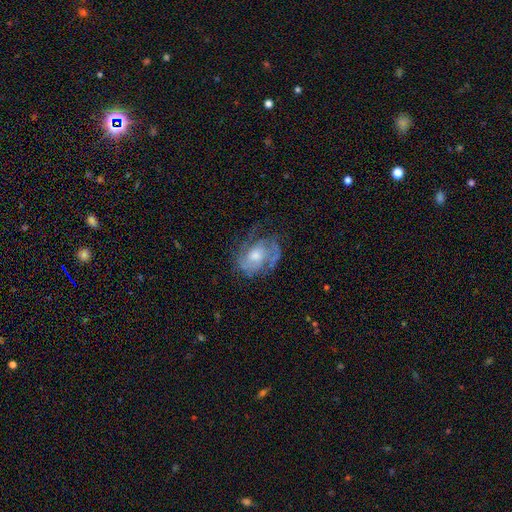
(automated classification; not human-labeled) smooth-or-featured: featured or disk: 77% | smooth: 16% | star or artifact: 7%
  disk-edge-on: no: 97% | yes: 3%
    bar: no: 70% | weak: 25% | strong: 4%
    has-spiral-arms: yes: 88% | no: 12%
      spiral-winding: tight: 43% | medium: 41% | loose: 15%
      spiral-arm-count: 2: 40% | can't tell: 29% | 3: 16% | 1: 8% | 4: 4% | more than 4: 3%
    bulge-size: moderate: 59% | small: 27% | large: 9% | none: 3% | dominant: 1%
  merging: none: 60% | minor disturbance: 22% | major disturbance: 16% | merger: 2%